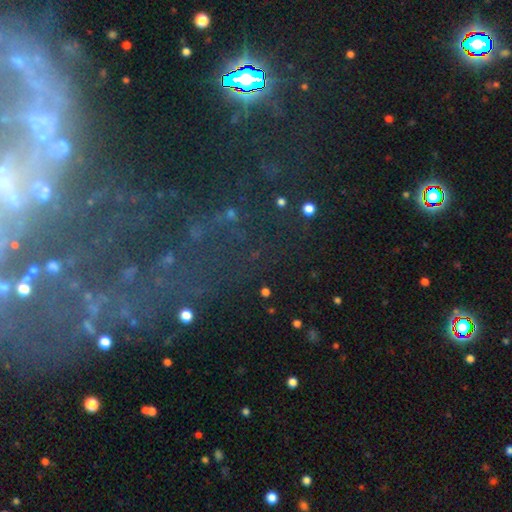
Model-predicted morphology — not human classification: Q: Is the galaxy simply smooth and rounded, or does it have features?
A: star or artifact — 46%.